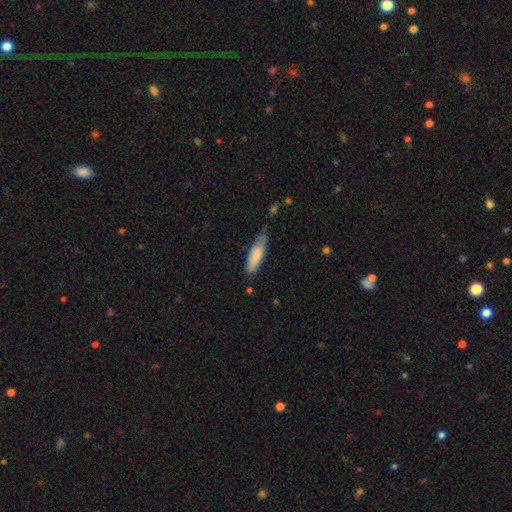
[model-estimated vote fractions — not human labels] smooth 82%, featured or disk 13%, star or artifact 6%. Down the decision tree: how rounded — cigar-shaped (57%); merging — none (53%).